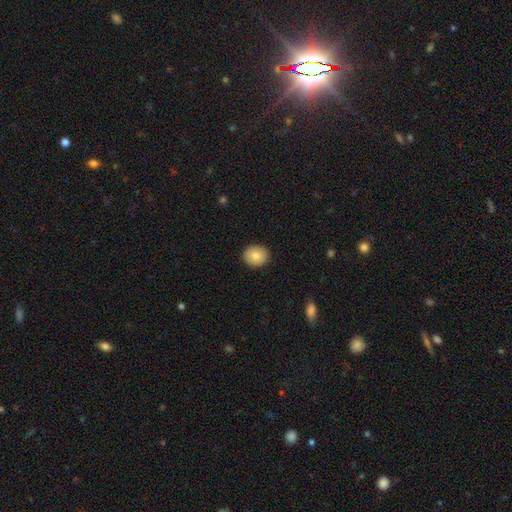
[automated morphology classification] Smooth or featured? Predicted: smooth (p=0.82). How rounded? Predicted: round (p=0.78). Merging? Predicted: none (p=0.92).